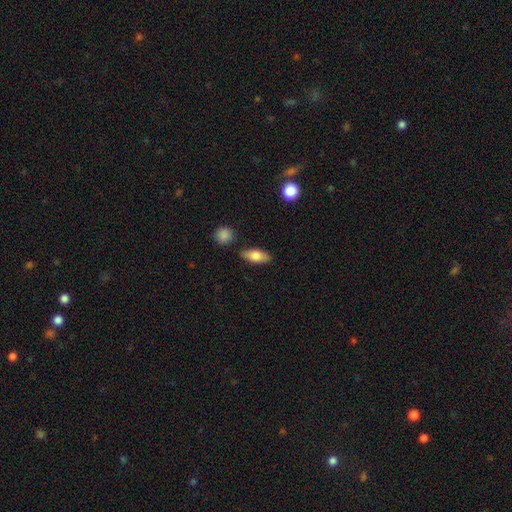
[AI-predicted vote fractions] The model was most divided on "smooth or featured": smooth: 74%, featured or disk: 19%, star or artifact: 7%. More confident: merging — none (84%); how rounded — in between (79%).